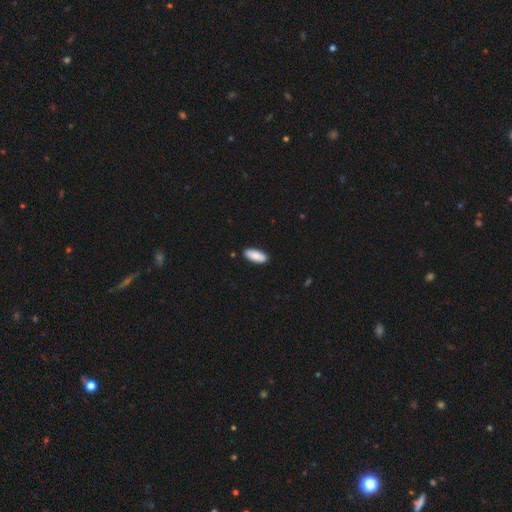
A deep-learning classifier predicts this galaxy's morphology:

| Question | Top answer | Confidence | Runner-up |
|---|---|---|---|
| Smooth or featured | smooth | 84% | featured or disk (10%) |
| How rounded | in between | 81% | cigar-shaped (17%) |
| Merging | none | 87% | minor disturbance (10%) |